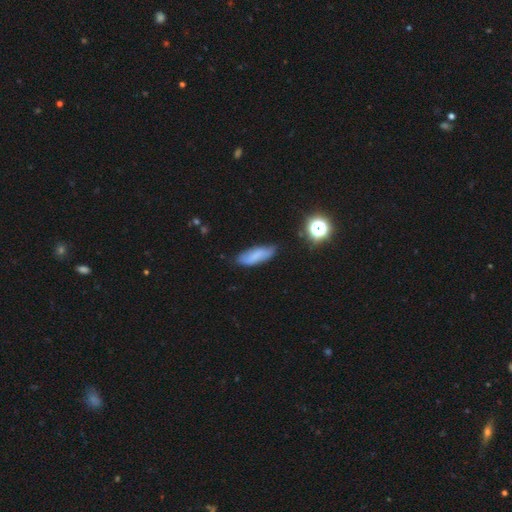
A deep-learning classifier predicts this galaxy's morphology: Smooth or featured? smooth (73%)
How rounded? in between (59%)
Merging? none (73%)